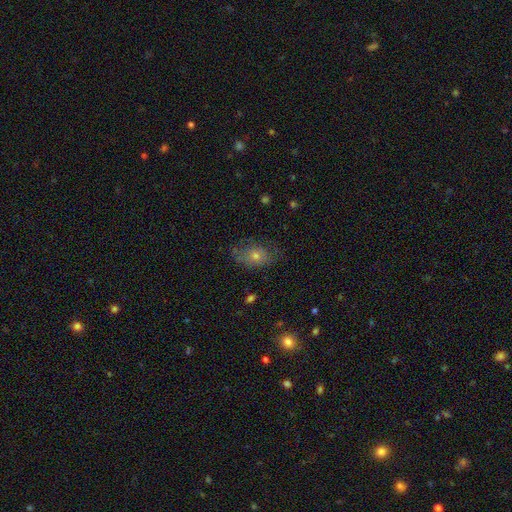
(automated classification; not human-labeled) Smooth or featured? smooth (52%)
How rounded? in between (72%)
Merging? none (64%)